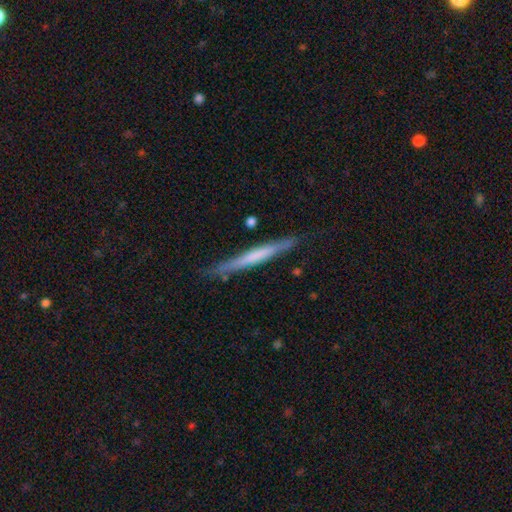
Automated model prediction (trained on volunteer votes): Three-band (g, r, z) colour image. It shows a smooth galaxy with no disk features (48%). Merging: none (83%).